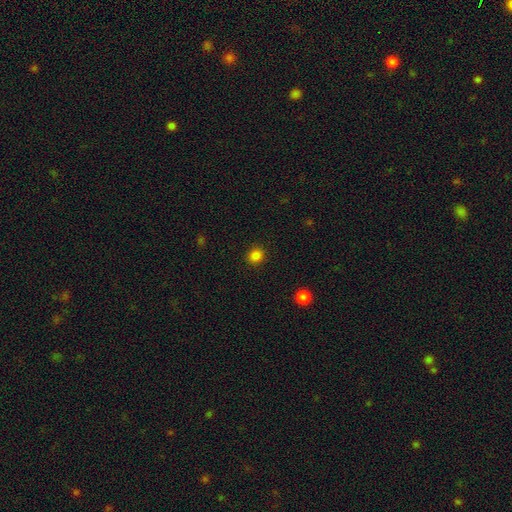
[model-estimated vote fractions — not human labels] Overall: smooth (84%). How rounded: round (80%). Merging: none (91%).